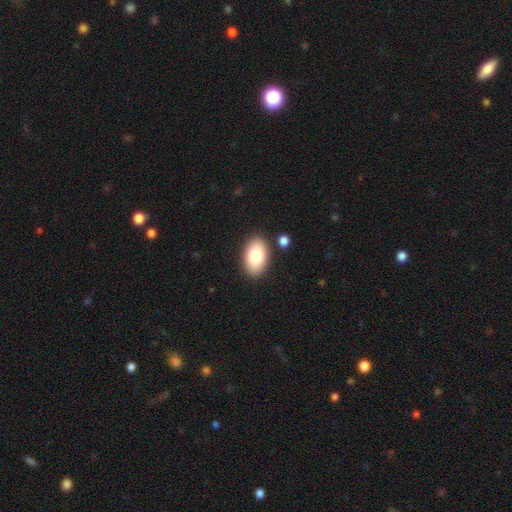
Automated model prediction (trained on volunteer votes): A smooth galaxy with no disk features (80%) that is in between round and cigar-shaped (91%).

Vote fractions:
- Smooth or featured? smooth: 80% / featured or disk: 13% / star or artifact: 7%
- How rounded? in between: 91% / round: 7% / cigar-shaped: 1%
- Merging? none: 85% / minor disturbance: 9% / merger: 3% / major disturbance: 2%